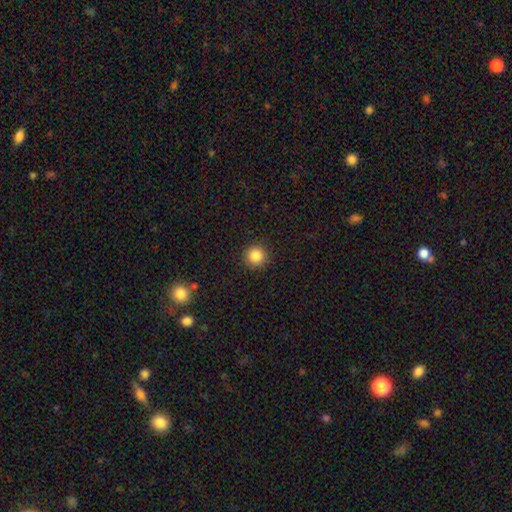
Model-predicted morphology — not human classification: A smooth galaxy with no disk features (85%) that is round (95%).

Vote fractions:
- Smooth or featured? smooth: 85% / star or artifact: 11% / featured or disk: 4%
- How rounded? round: 95% / in between: 4% / cigar-shaped: 1%
- Merging? none: 92% / minor disturbance: 5% / major disturbance: 2% / merger: 1%